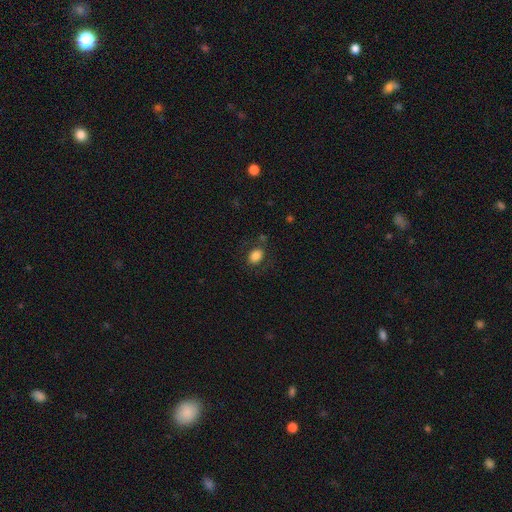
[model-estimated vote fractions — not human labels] Q: Smooth or featured?
A: smooth (82%); runner-up: star or artifact (10%)
Q: How rounded?
A: in between (72%); runner-up: round (27%)
Q: Merging?
A: none (76%); runner-up: minor disturbance (14%)